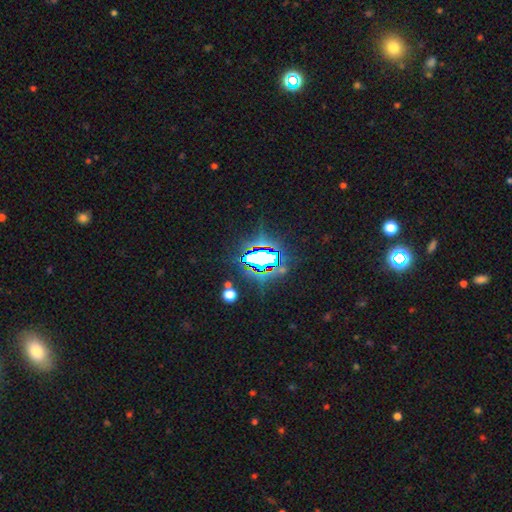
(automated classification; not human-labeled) A star or artifact, not a galaxy (71%).